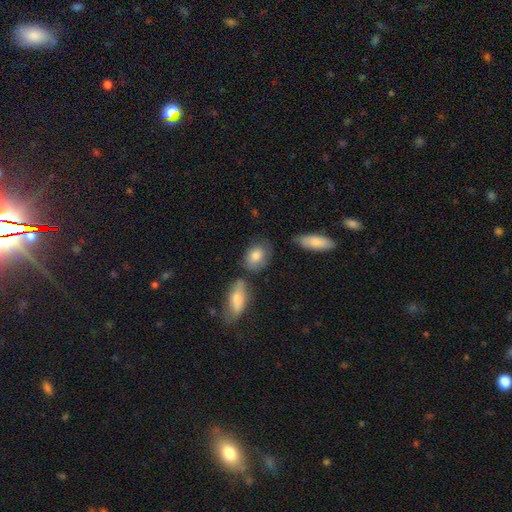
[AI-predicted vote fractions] This appears to be a smooth galaxy with no disk features (82%) that is in between round and cigar-shaped (77%). Merging: none (59%).